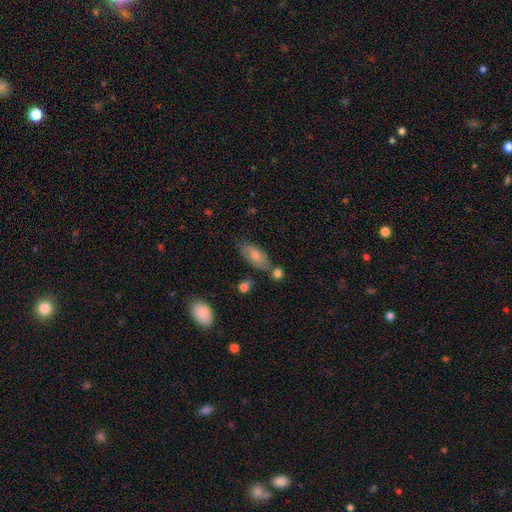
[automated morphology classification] type=smooth (73%); roundness=in between (88%); merging=none (60%).